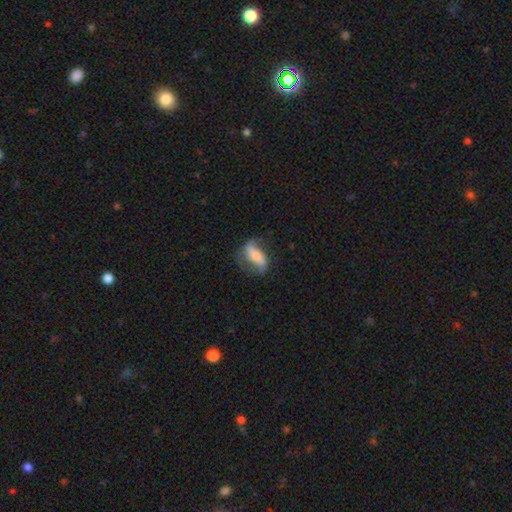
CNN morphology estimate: Smooth or featured?
  - featured or disk: 63% *
  - smooth: 29%
  - star or artifact: 7%
Edge-on disk?
  - no: 90% *
  - yes: 10%
Bar?
  - strong: 46% *
  - no: 27%
  - weak: 27%
Spiral arms?
  - yes: 86% *
  - no: 14%
Bulge size?
  - small: 37% *
  - moderate: 27%
  - none: 20%
  - large: 12%
  - dominant: 4%
Merging?
  - none: 59% *
  - minor disturbance: 23%
  - major disturbance: 16%
  - merger: 2%